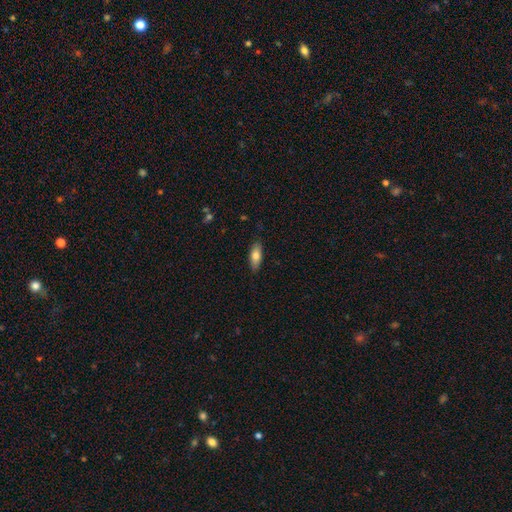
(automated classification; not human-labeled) smooth_or_featured: smooth (p=0.74) [alt: featured or disk p=0.19]
how_rounded: in between (p=0.70) [alt: cigar-shaped p=0.28]
merging: none (p=0.86) [alt: minor disturbance p=0.11]